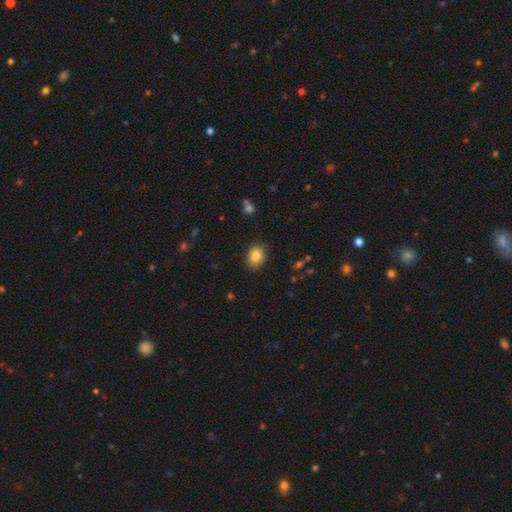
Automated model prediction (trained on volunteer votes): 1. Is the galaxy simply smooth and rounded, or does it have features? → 83% smooth, 9% star or artifact, 7% featured or disk.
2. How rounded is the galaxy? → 56% in between, 43% round, 1% cigar-shaped.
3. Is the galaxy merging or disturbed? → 88% none, 9% minor disturbance, 2% major disturbance, 1% merger.